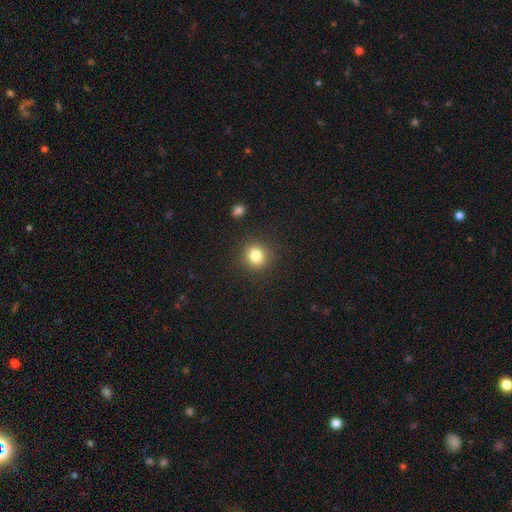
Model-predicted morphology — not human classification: Smooth or featured? Predicted: smooth (p=0.83). How rounded? Predicted: round (p=0.89). Merging? Predicted: none (p=0.89).